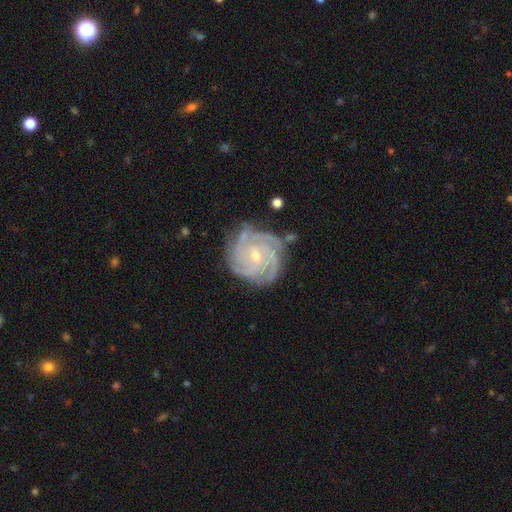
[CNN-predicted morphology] Smooth or featured? featured or disk (89%)
Edge-on disk? no (98%)
Bar? no (64%)
Spiral arms? yes (98%)
Spiral winding? tight (75%)
Spiral arm count? 4 (43%)
Bulge size? small (68%)
Merging? none (74%)